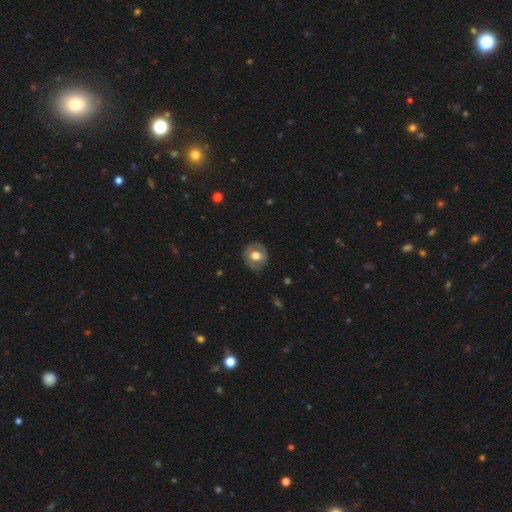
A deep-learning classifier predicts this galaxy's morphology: The model was most divided on "smooth or featured": smooth: 53%, featured or disk: 40%, star or artifact: 7%. More confident: how rounded — round (82%); merging — none (80%).